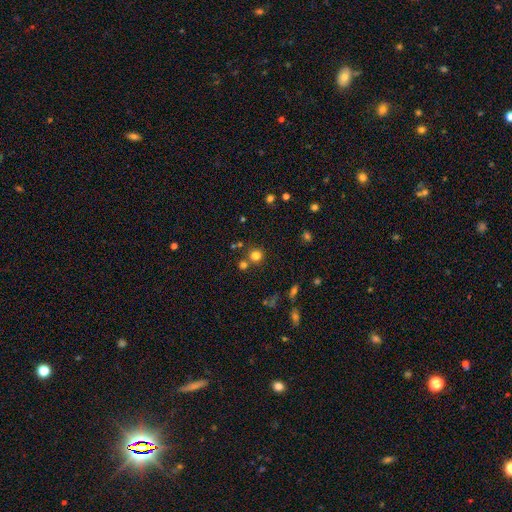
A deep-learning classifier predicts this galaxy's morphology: Smooth or featured: smooth — 76% (star or artifact — 17%)
How rounded: round — 91% (in between — 8%)
Merging: none — 73% (merger — 16%)